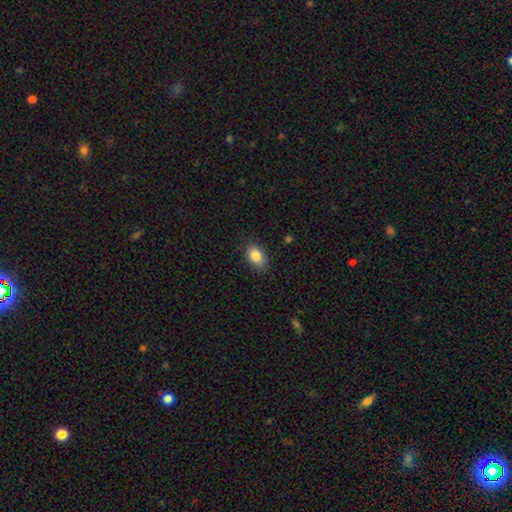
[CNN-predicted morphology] The model was most divided on "how rounded": in between: 83%, round: 16%, cigar-shaped: 1%. More confident: smooth or featured — smooth (87%); merging — none (83%).